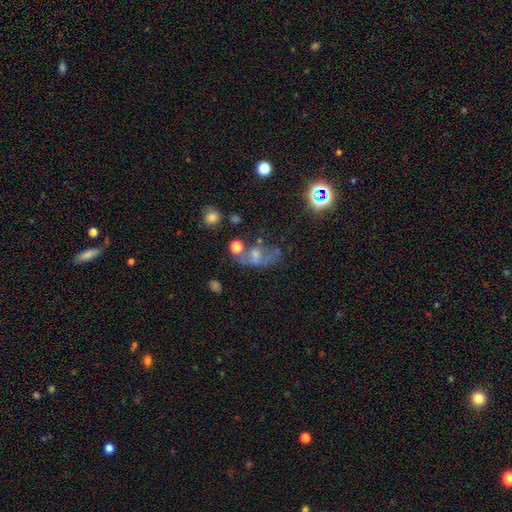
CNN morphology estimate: This appears to be a featured or disk galaxy (39%). Merging: none (32%).